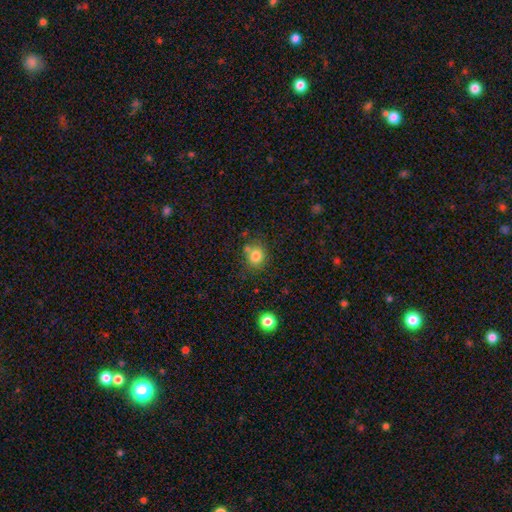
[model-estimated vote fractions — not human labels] This is clearly a smooth galaxy (81%). How rounded: likely round (73%). Merging: likely none (69%).